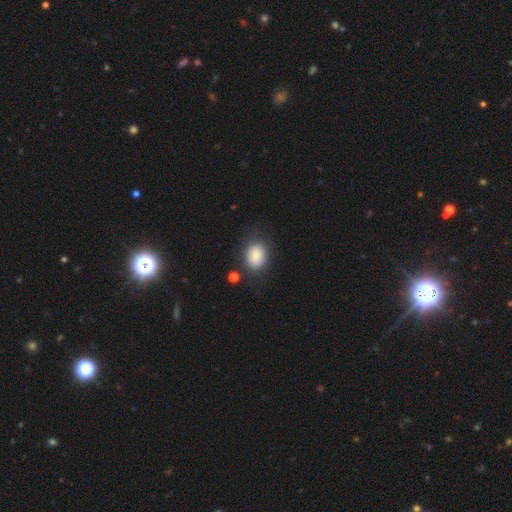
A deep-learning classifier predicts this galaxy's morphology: The model was most divided on "how rounded": in between: 62%, round: 37%, cigar-shaped: 1%. More confident: smooth or featured — smooth (84%); merging — none (77%).